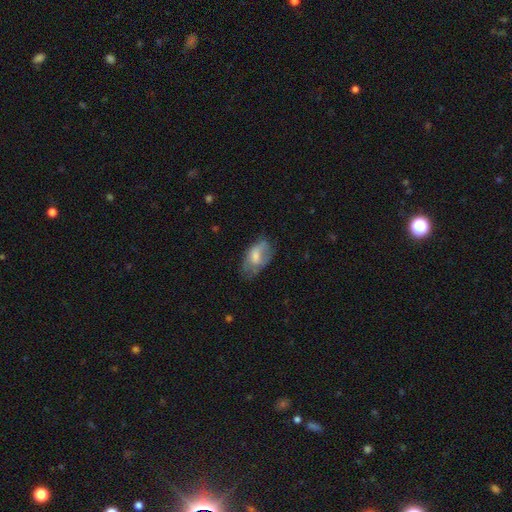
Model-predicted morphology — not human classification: A smooth galaxy with no disk features (60%) that is in between round and cigar-shaped (91%).

Vote fractions:
- Smooth or featured? smooth: 60% / featured or disk: 32% / star or artifact: 8%
- How rounded? in between: 91% / round: 6% / cigar-shaped: 3%
- Merging? none: 43% / minor disturbance: 34% / major disturbance: 21% / merger: 2%